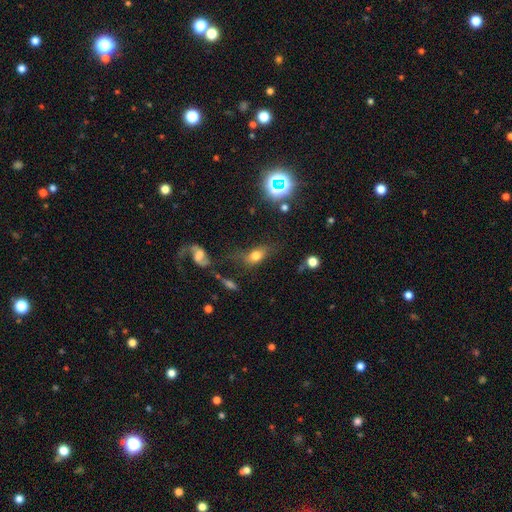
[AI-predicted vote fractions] Overall: smooth (67%). How rounded: in between (75%). Merging: none (53%; minor disturbance 23%).